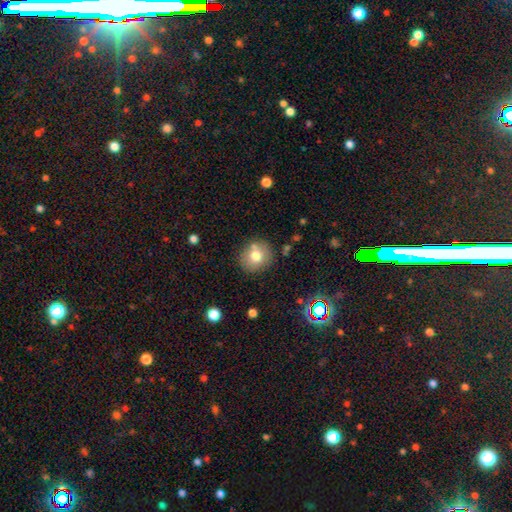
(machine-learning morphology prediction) A smooth galaxy with no disk features (75%) that is round (83%).

Vote fractions:
- Smooth or featured? smooth: 75% / featured or disk: 15% / star or artifact: 11%
- How rounded? round: 83% / in between: 17% / cigar-shaped: 1%
- Merging? none: 78% / minor disturbance: 12% / merger: 7% / major disturbance: 3%